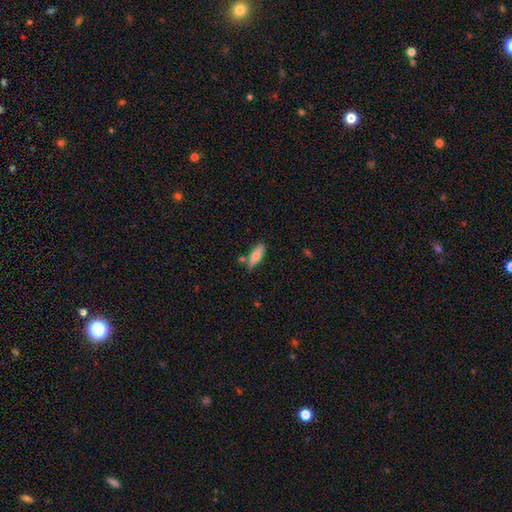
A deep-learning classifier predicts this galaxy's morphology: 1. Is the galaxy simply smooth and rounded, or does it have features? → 76% smooth, 17% featured or disk, 6% star or artifact.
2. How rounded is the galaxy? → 69% in between, 29% cigar-shaped, 2% round.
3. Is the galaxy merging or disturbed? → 71% none, 17% minor disturbance, 9% merger, 3% major disturbance.